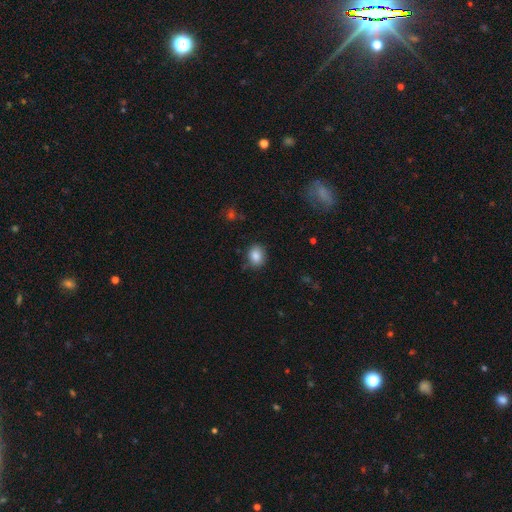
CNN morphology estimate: Smooth or featured? smooth (85%)
How rounded? round (54%)
Merging? none (80%)